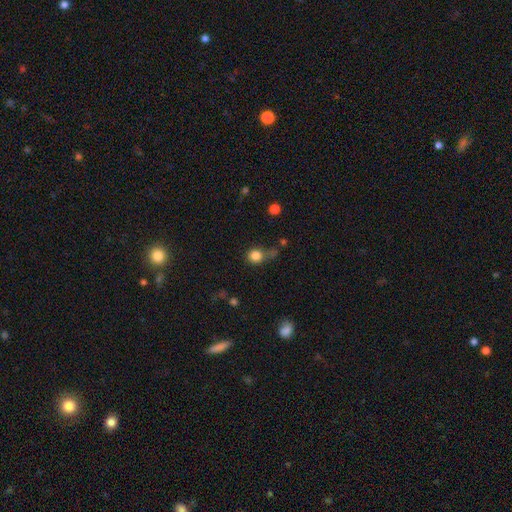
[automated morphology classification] Smooth or featured: smooth — 82% (star or artifact — 12%)
How rounded: round — 86% (in between — 13%)
Merging: none — 54% (minor disturbance — 20%)